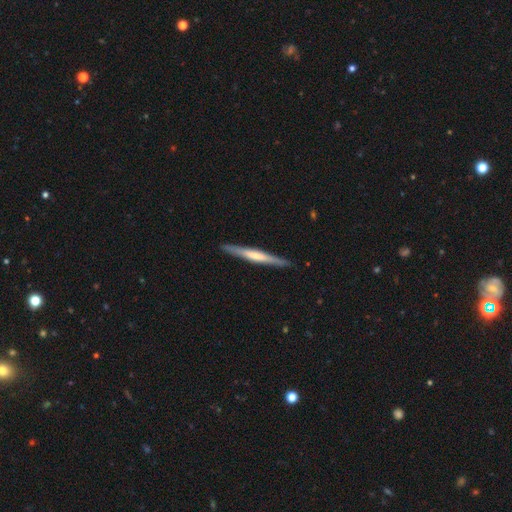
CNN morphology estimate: A featured or disk galaxy (54%) viewed edge-on (96%) with no central bulge (48%). Merging: none (89%).